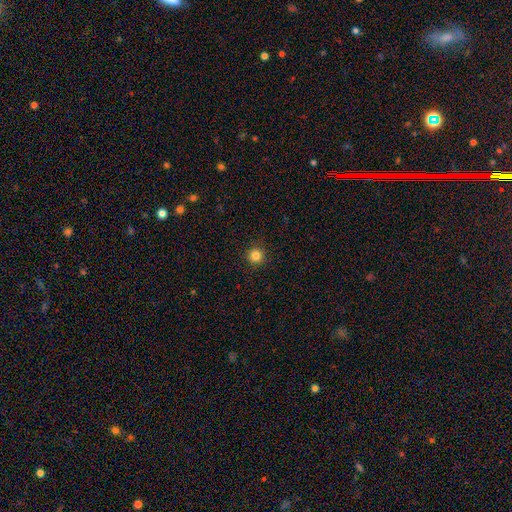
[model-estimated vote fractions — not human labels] Smooth or featured? Predicted: smooth (p=0.83). How rounded? Predicted: round (p=0.95). Merging? Predicted: none (p=0.92).